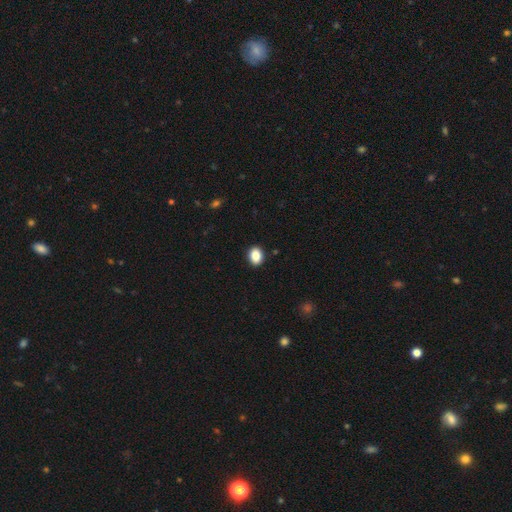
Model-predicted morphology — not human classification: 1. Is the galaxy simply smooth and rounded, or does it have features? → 87% smooth, 8% star or artifact, 4% featured or disk.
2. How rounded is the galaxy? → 67% in between, 32% round, 1% cigar-shaped.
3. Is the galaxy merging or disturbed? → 91% none, 6% minor disturbance, 2% major disturbance, 1% merger.